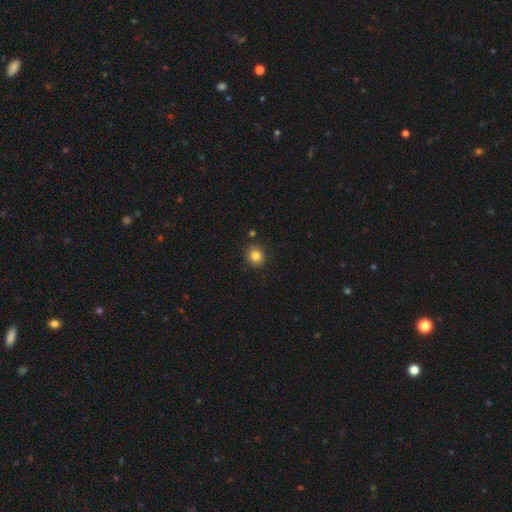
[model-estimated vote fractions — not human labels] A smooth galaxy with no disk features (83%) that is round (75%).

Vote fractions:
- Smooth or featured? smooth: 83% / star or artifact: 11% / featured or disk: 7%
- How rounded? round: 75% / in between: 24% / cigar-shaped: 1%
- Merging? none: 87% / minor disturbance: 9% / merger: 2% / major disturbance: 2%